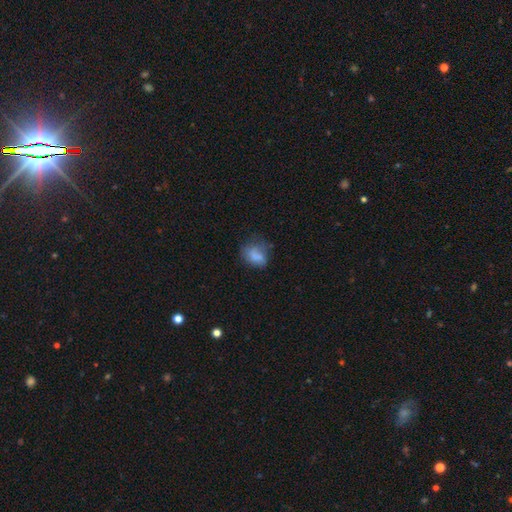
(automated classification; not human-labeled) A smooth galaxy with no disk features (72%) that is in between round and cigar-shaped (66%).

Vote fractions:
- Smooth or featured? smooth: 72% / featured or disk: 17% / star or artifact: 11%
- How rounded? in between: 66% / round: 32% / cigar-shaped: 2%
- Merging? none: 42% / minor disturbance: 31% / major disturbance: 22% / merger: 5%